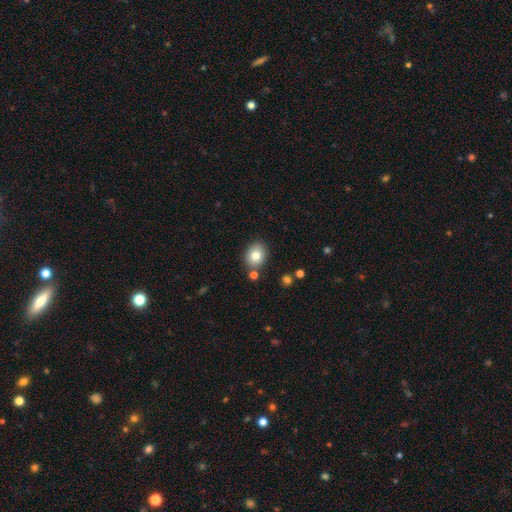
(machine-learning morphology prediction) smooth_or_featured: smooth (p=0.80) [alt: featured or disk p=0.10]
how_rounded: round (p=0.51) [alt: in between p=0.48]
merging: none (p=0.80) [alt: minor disturbance p=0.10]